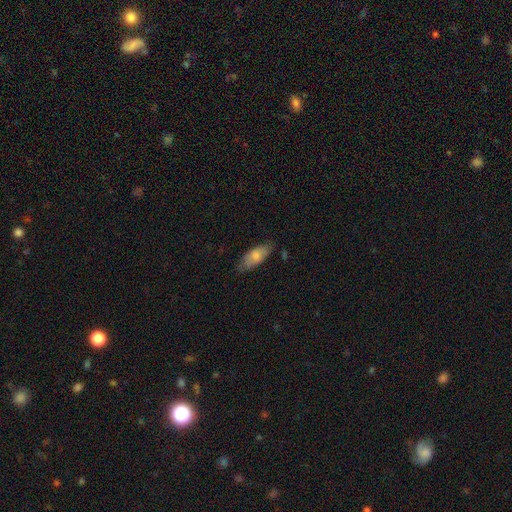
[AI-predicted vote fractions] Smooth or featured? smooth (76%)
How rounded? in between (78%)
Merging? none (72%)